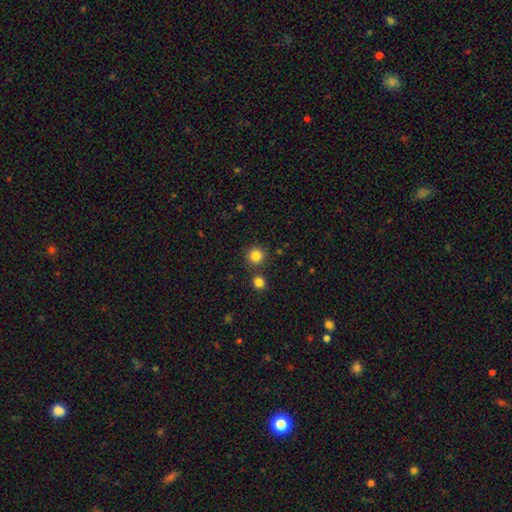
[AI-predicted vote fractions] smooth-or-featured: smooth: 84% | star or artifact: 12% | featured or disk: 4%
  how-rounded: round: 93% | in between: 6% | cigar-shaped: 1%
  merging: none: 81% | merger: 10% | minor disturbance: 7% | major disturbance: 2%